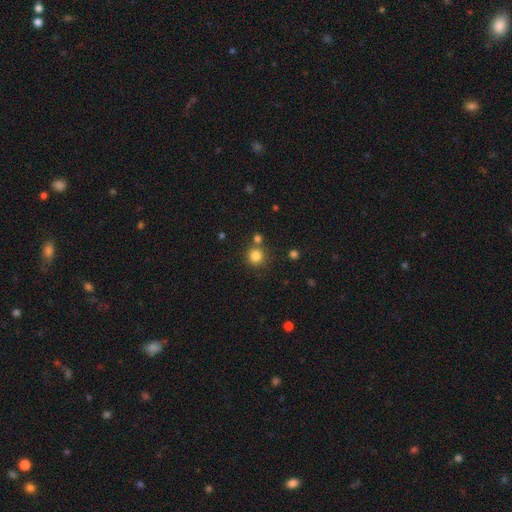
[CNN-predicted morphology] Overall: smooth (83%). How rounded: round (93%). Merging: none (75%).